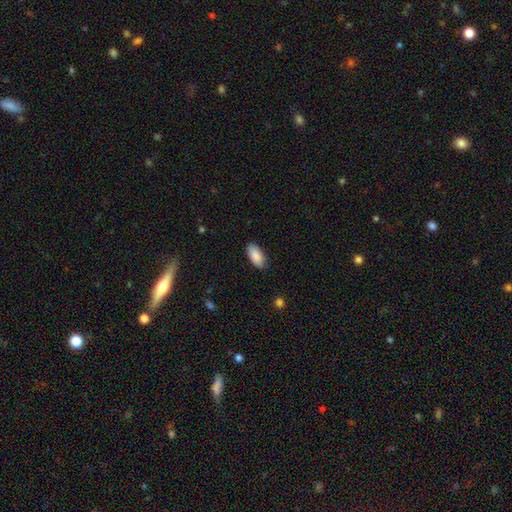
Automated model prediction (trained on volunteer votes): Smooth or featured? smooth (89%)
How rounded? in between (93%)
Merging? none (86%)